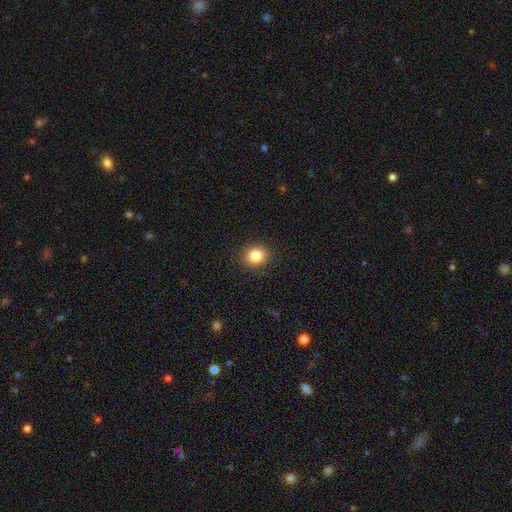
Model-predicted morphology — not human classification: Smooth or featured?
  - smooth: 84% *
  - star or artifact: 11%
  - featured or disk: 6%
How rounded?
  - round: 85% *
  - in between: 14%
  - cigar-shaped: 1%
Merging?
  - none: 91% *
  - minor disturbance: 6%
  - major disturbance: 2%
  - merger: 1%